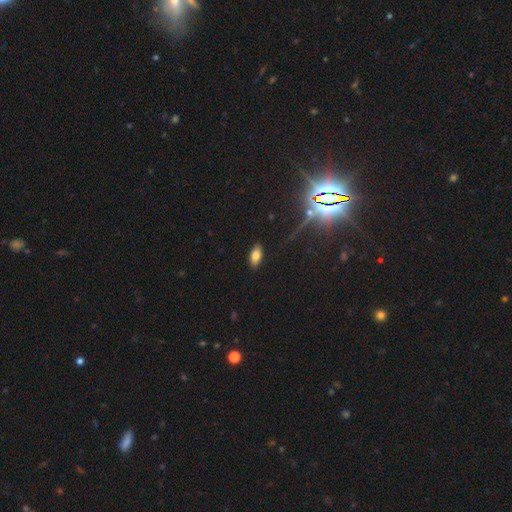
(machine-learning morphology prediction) Smooth or featured?
  - smooth: 76% *
  - featured or disk: 13%
  - star or artifact: 12%
How rounded?
  - in between: 89% *
  - cigar-shaped: 8%
  - round: 3%
Merging?
  - none: 88% *
  - minor disturbance: 9%
  - major disturbance: 2%
  - merger: 1%